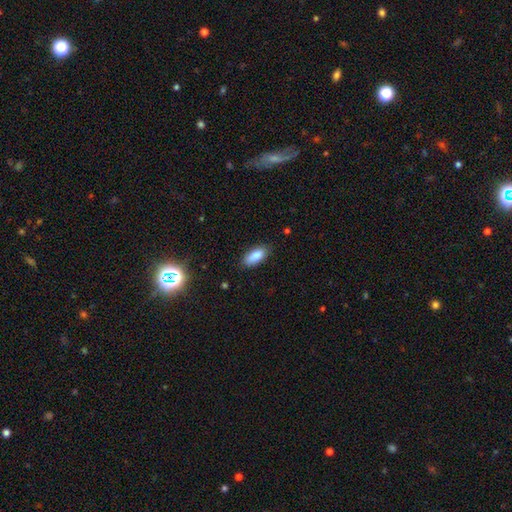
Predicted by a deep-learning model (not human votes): smooth-or-featured: smooth: 87% | star or artifact: 8% | featured or disk: 6%
  how-rounded: in between: 85% | cigar-shaped: 13% | round: 2%
  merging: none: 84% | minor disturbance: 13% | major disturbance: 2% | merger: 1%